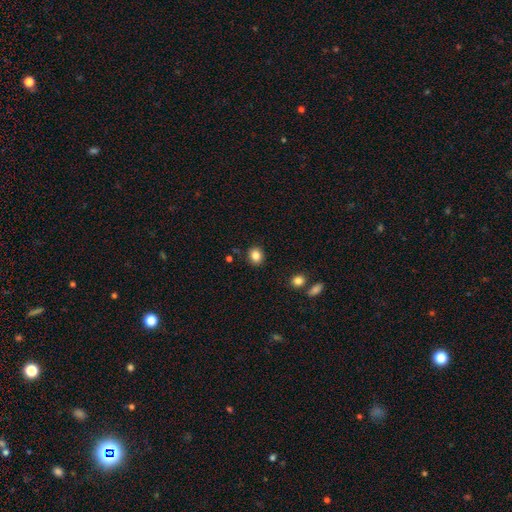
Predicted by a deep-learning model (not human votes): A smooth galaxy with no disk features (84%) that is round (74%). Merging: none (89%).